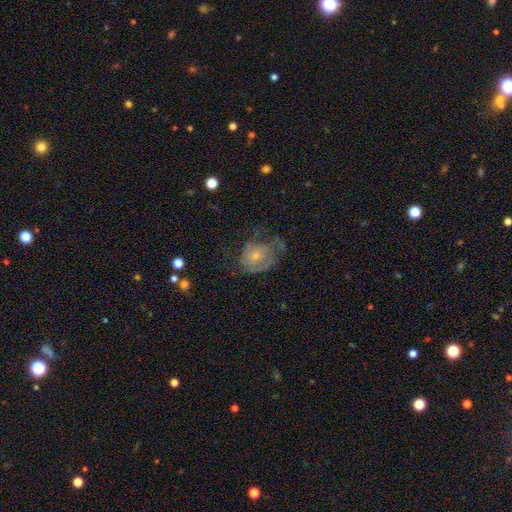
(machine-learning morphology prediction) A featured or disk galaxy (59%) with no bar (78%), spiral arms (67%) and a small central bulge (63%).

Vote fractions:
- Smooth or featured? featured or disk: 59% / smooth: 30% / star or artifact: 12%
- Edge-on disk? no: 97% / yes: 3%
- Bar? no: 78% / weak: 18% / strong: 3%
- Spiral arms? yes: 67% / no: 33%
- Bulge size? small: 63% / moderate: 31% / none: 3% / large: 2% / dominant: 1%
- Merging? none: 46% / major disturbance: 27% / minor disturbance: 25% / merger: 2%